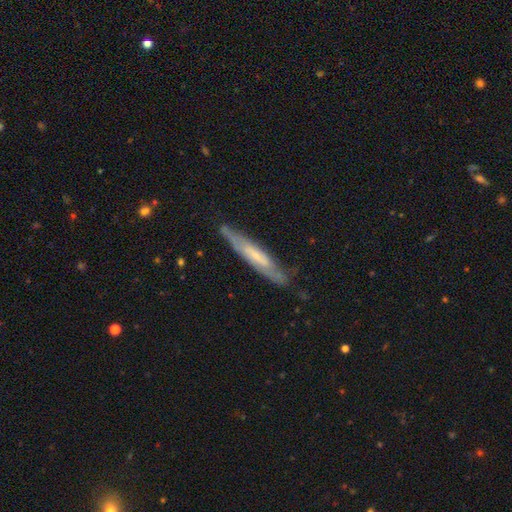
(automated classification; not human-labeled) smooth-or-featured: featured or disk: 61% | smooth: 33% | star or artifact: 6%
  disk-edge-on: yes: 66% | no: 34%
  merging: none: 76% | minor disturbance: 18% | major disturbance: 4% | merger: 2%